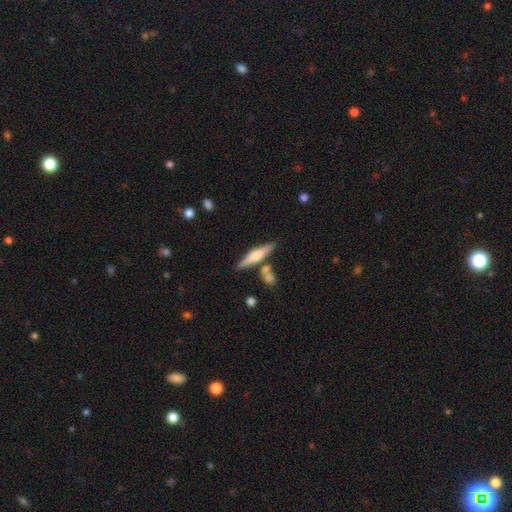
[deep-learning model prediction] featured or disk 50%, smooth 44%, star or artifact 6%. Down the decision tree: merging — none (73%).